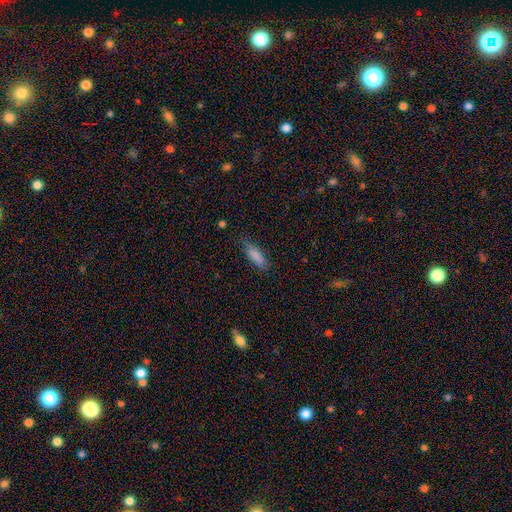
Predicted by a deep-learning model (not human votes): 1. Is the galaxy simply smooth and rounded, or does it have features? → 83% smooth, 8% star or artifact, 8% featured or disk.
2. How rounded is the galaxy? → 52% in between, 46% cigar-shaped, 2% round.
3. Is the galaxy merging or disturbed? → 71% none, 22% minor disturbance, 5% major disturbance, 2% merger.